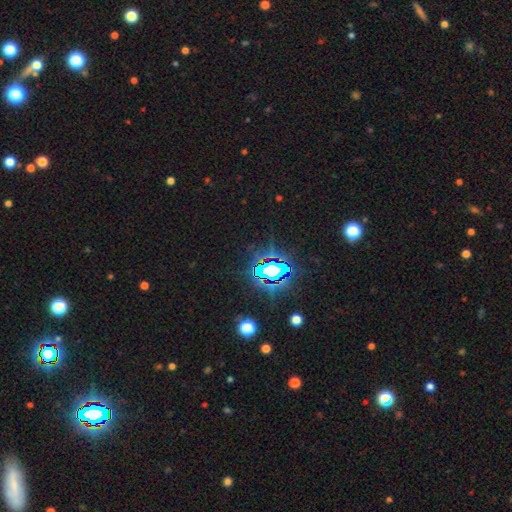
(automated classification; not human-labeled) Q: Smooth or featured?
A: star or artifact (84%); runner-up: smooth (10%)